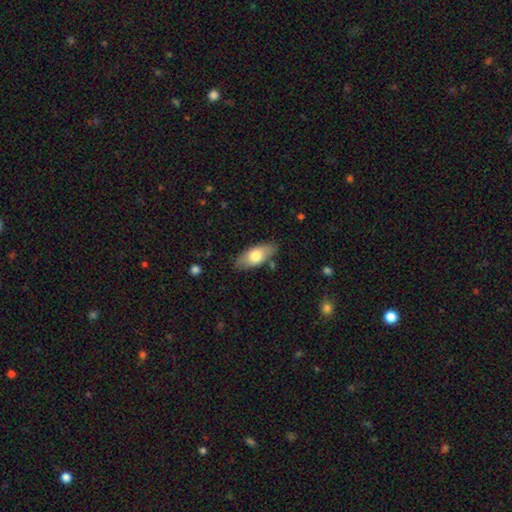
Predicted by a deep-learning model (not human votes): Q: Smooth or featured?
A: smooth (71%); runner-up: featured or disk (23%)
Q: How rounded?
A: in between (86%); runner-up: cigar-shaped (12%)
Q: Merging?
A: none (82%); runner-up: minor disturbance (13%)